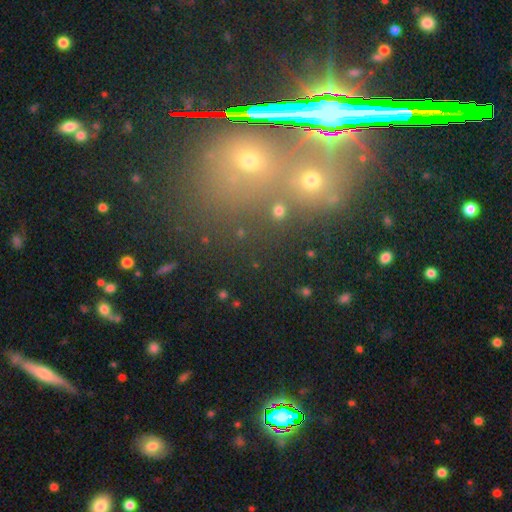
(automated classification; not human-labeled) smooth_or_featured: star or artifact (p=0.63) [alt: smooth p=0.25]